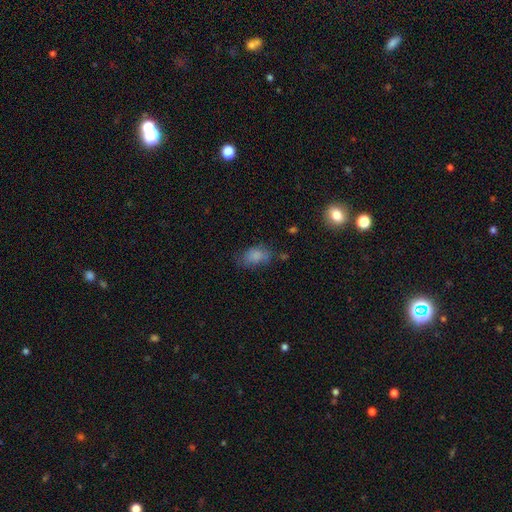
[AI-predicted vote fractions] Morphology: type=smooth (80%); roundness=in between (87%); merging=none (57%).